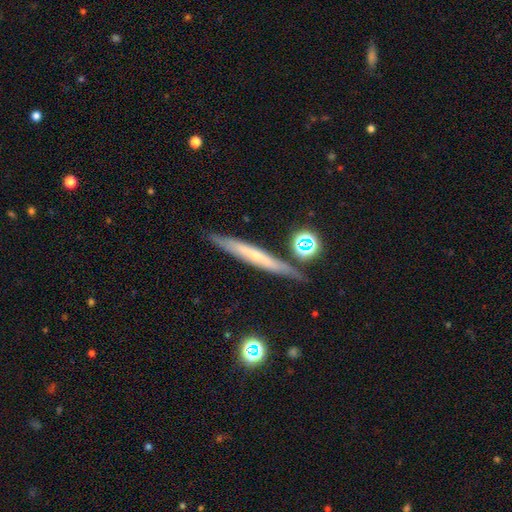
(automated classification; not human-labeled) A featured or disk galaxy (55%) viewed edge-on (90%).

Vote fractions:
- Smooth or featured? featured or disk: 55% / smooth: 37% / star or artifact: 9%
- Edge-on disk? yes: 90% / no: 10%
- Merging? none: 82% / minor disturbance: 11% / merger: 4% / major disturbance: 2%